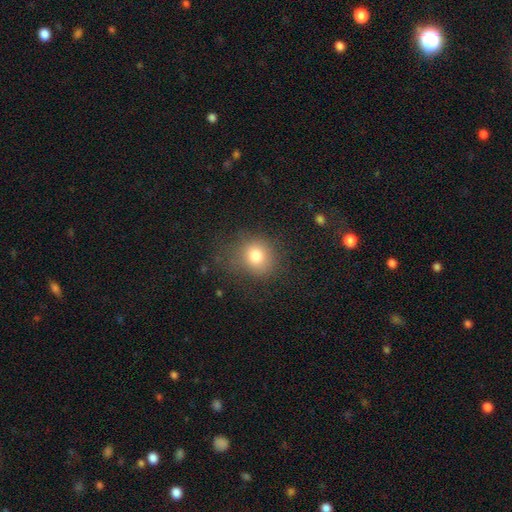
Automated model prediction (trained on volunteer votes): Q: Smooth or featured?
A: smooth (78%); runner-up: star or artifact (13%)
Q: How rounded?
A: round (77%); runner-up: in between (22%)
Q: Merging?
A: none (71%); runner-up: minor disturbance (17%)